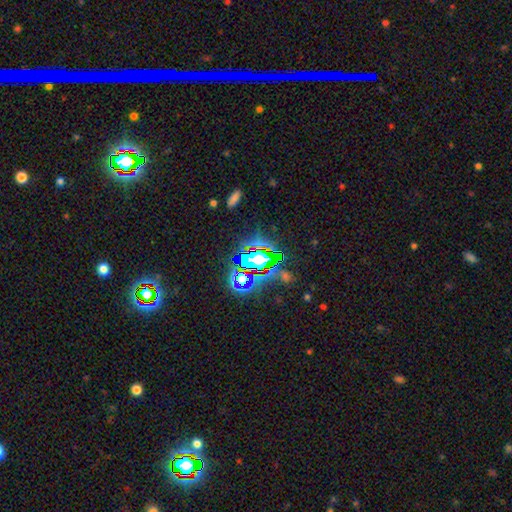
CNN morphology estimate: A star or artifact, not a galaxy (71%).

Vote fractions:
- Smooth or featured? star or artifact: 71% / smooth: 16% / featured or disk: 13%